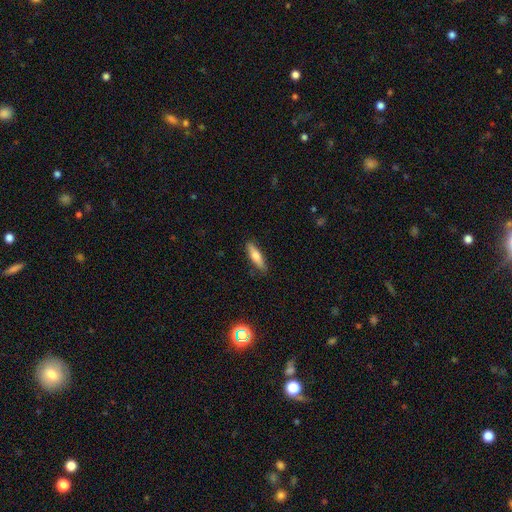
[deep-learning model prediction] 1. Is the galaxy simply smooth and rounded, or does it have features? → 63% smooth, 30% featured or disk, 7% star or artifact.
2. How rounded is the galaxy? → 65% cigar-shaped, 33% in between, 2% round.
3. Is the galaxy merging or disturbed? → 86% none, 11% minor disturbance, 2% major disturbance, 1% merger.